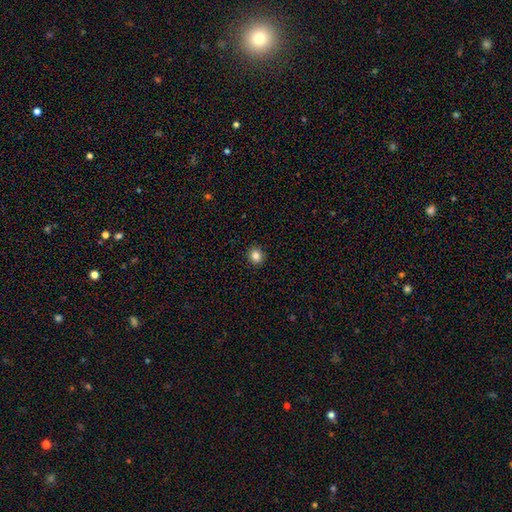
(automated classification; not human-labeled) A smooth galaxy with no disk features (84%) that is round (86%).

Vote fractions:
- Smooth or featured? smooth: 84% / star or artifact: 11% / featured or disk: 5%
- How rounded? round: 86% / in between: 13% / cigar-shaped: 1%
- Merging? none: 93% / minor disturbance: 5% / major disturbance: 2% / merger: 1%